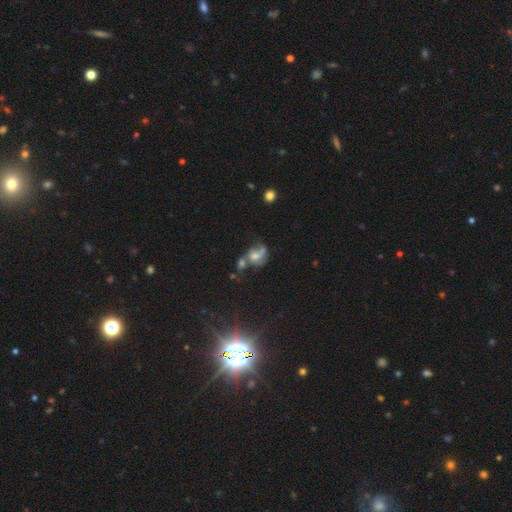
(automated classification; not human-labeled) Smooth or featured: featured or disk — 44% (smooth — 40%)
Merging: merger — 47% (none — 22%)